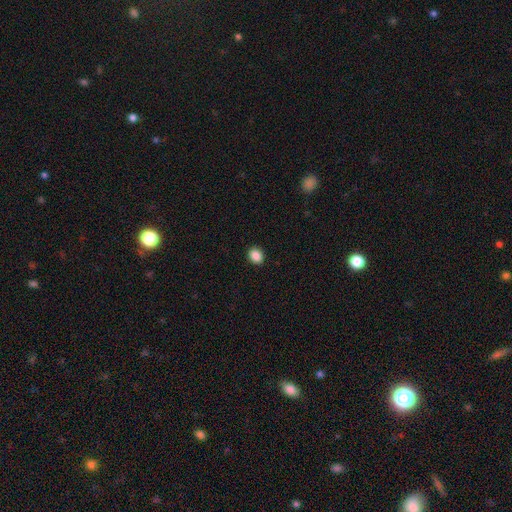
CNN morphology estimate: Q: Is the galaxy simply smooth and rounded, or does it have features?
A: smooth — 88%.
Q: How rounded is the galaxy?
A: round — 63%.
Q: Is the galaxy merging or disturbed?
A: none — 92%.